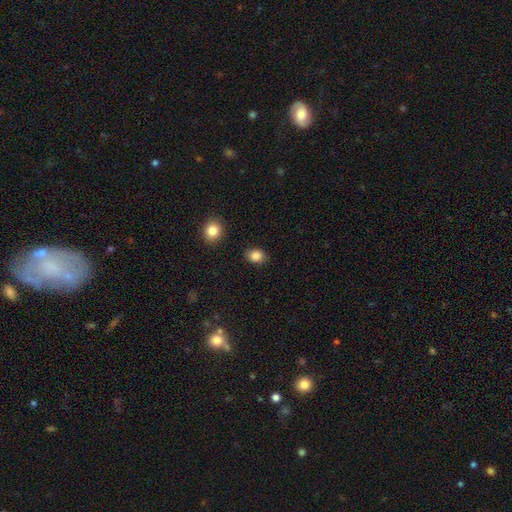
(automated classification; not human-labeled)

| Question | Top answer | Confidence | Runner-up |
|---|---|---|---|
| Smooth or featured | smooth | 86% | star or artifact (10%) |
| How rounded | in between | 60% | round (39%) |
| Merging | none | 86% | minor disturbance (9%) |